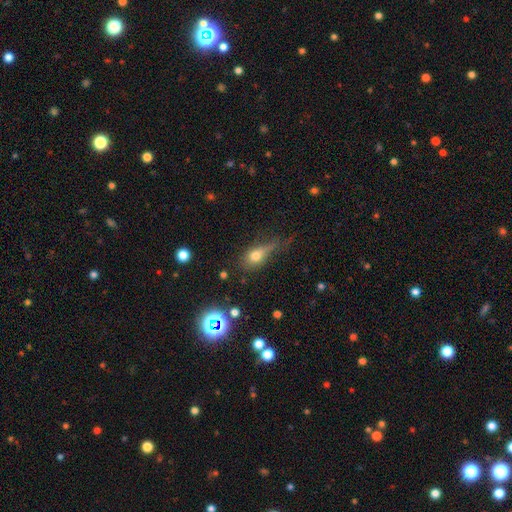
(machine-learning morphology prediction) Overall: smooth (65%). How rounded: in between (59%; round 30%). Merging: none (35%; minor disturbance 31%).